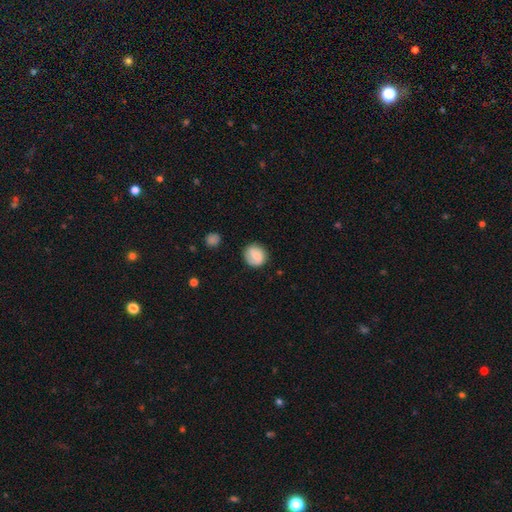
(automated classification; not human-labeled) Smooth or featured?
  - smooth: 66% *
  - featured or disk: 26%
  - star or artifact: 8%
How rounded?
  - round: 83% *
  - in between: 16%
  - cigar-shaped: 1%
Merging?
  - none: 80% *
  - minor disturbance: 14%
  - major disturbance: 4%
  - merger: 2%